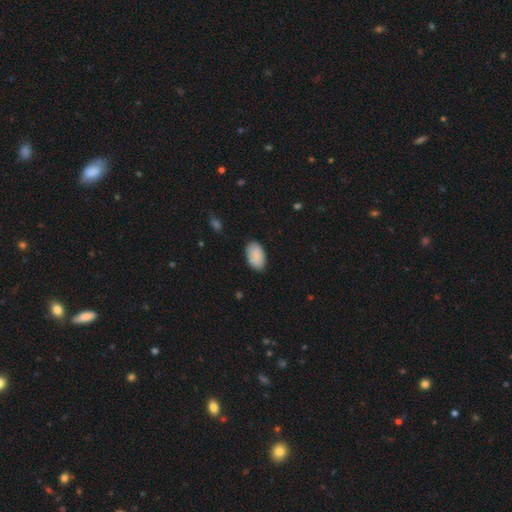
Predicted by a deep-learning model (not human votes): Overall: smooth (89%). How rounded: in between (94%). Merging: none (85%).